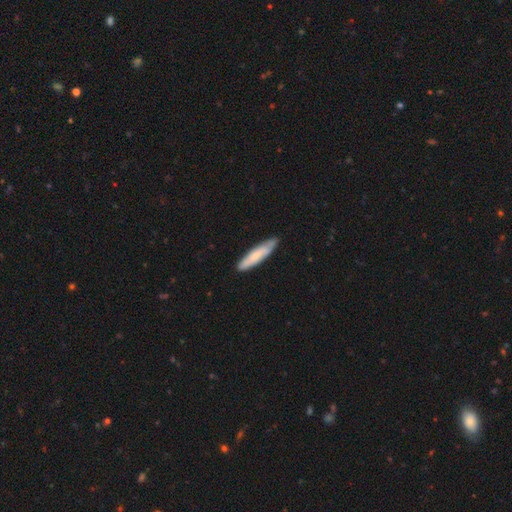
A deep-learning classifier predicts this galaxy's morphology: This appears to be a smooth galaxy with no disk features (70%) that is cigar-shaped (83%). Merging: none (83%).